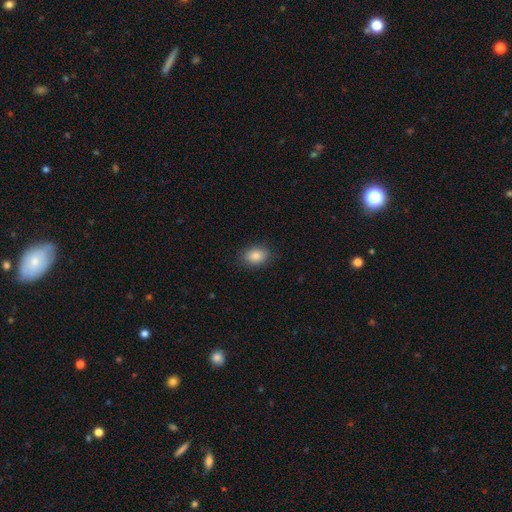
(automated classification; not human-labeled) Smooth or featured? smooth (86%)
How rounded? in between (76%)
Merging? none (86%)